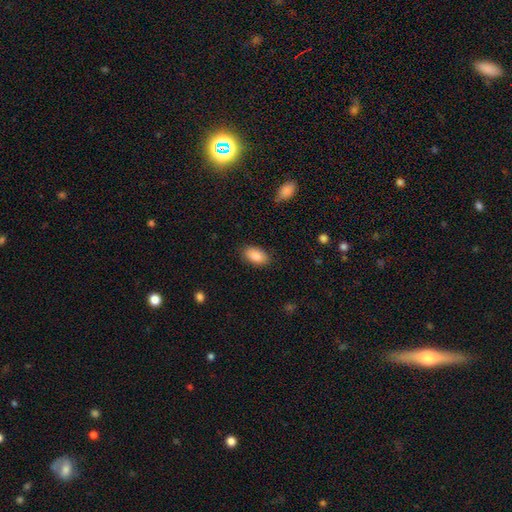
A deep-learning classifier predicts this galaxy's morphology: A smooth galaxy with no disk features (89%) that is in between round and cigar-shaped (94%).

Vote fractions:
- Smooth or featured? smooth: 89% / star or artifact: 7% / featured or disk: 4%
- How rounded? in between: 94% / round: 4% / cigar-shaped: 2%
- Merging? none: 86% / minor disturbance: 11% / major disturbance: 3% / merger: 1%